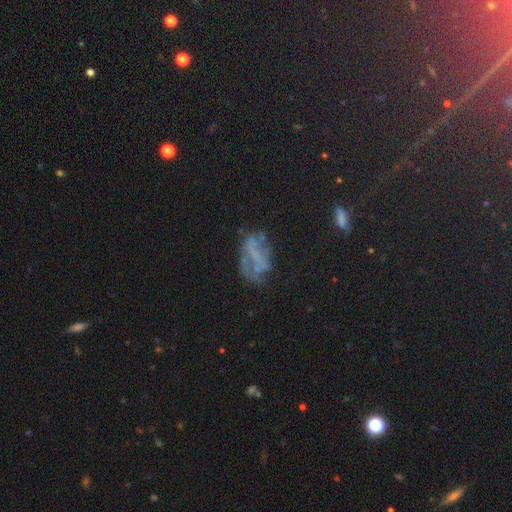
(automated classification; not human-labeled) This is possibly a featured or disk galaxy (47%). Merging: possibly none (46%).